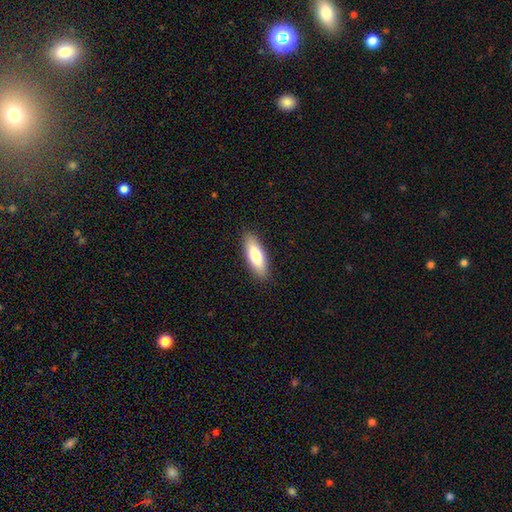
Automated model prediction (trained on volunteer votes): smooth 75%, featured or disk 19%, star or artifact 6%. Down the decision tree: how rounded — in between (58%); merging — none (89%).